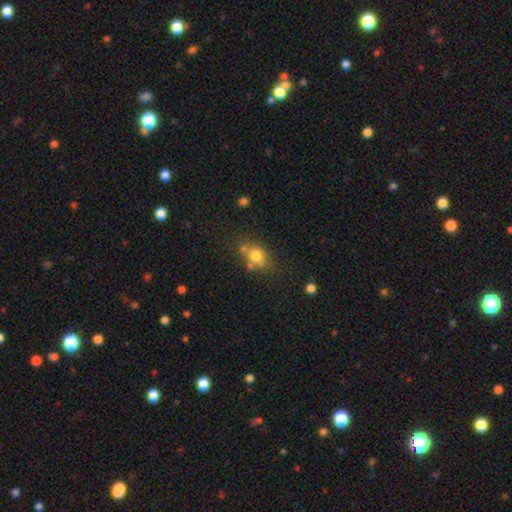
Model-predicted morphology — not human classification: A smooth galaxy with no disk features (75%) that is round (51%). Merging: none (57%).